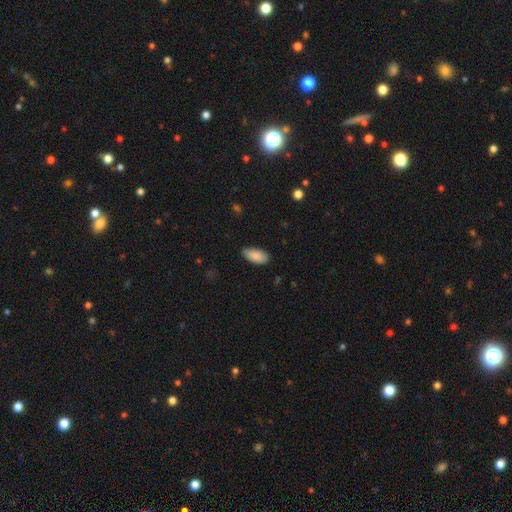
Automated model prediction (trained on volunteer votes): Overall: smooth (89%). How rounded: in between (93%). Merging: none (81%).